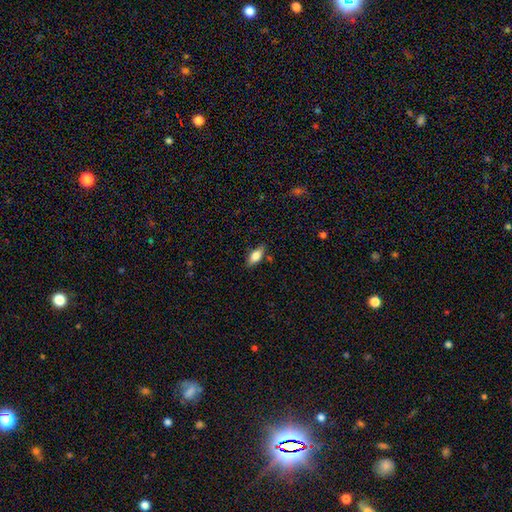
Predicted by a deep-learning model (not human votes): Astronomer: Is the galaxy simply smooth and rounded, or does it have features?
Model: smooth — 77%.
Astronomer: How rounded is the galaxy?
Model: in between — 83%.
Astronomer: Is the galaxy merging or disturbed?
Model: none — 83%.